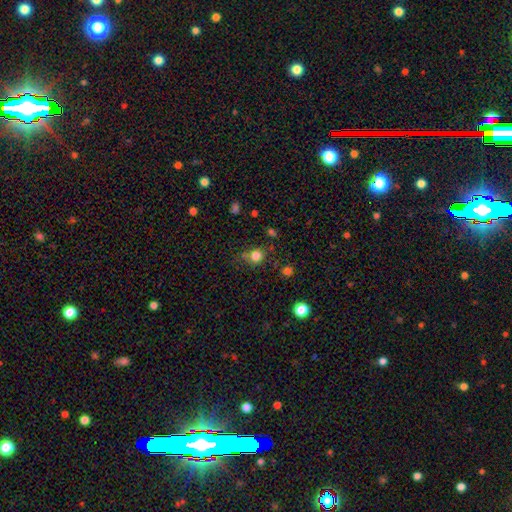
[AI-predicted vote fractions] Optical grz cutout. It shows a smooth galaxy with no disk features (80%) that is round (85%). Merging: none (71%).